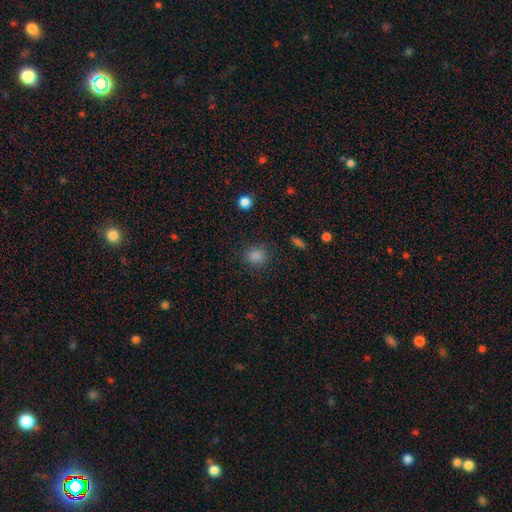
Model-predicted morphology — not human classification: type=smooth (81%); roundness=round (74%); merging=none (83%).